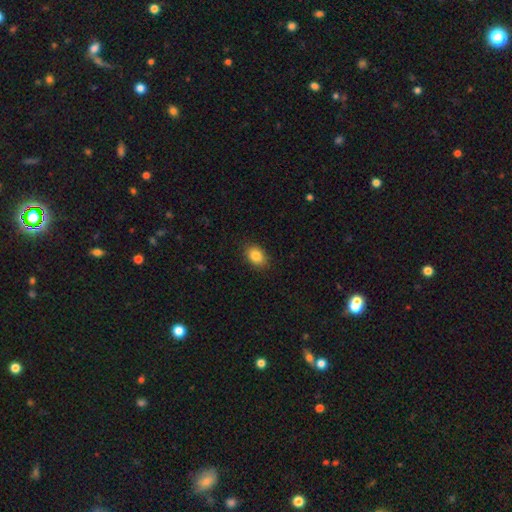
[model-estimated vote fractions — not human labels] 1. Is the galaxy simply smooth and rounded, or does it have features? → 86% smooth, 9% star or artifact, 6% featured or disk.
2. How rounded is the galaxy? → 72% in between, 27% round, 1% cigar-shaped.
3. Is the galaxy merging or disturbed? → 88% none, 9% minor disturbance, 2% major disturbance, 1% merger.